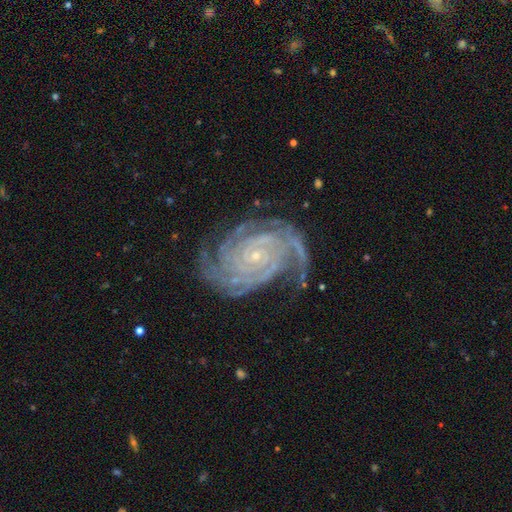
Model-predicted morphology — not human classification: Smooth or featured?
  - featured or disk: 91% *
  - star or artifact: 5%
  - smooth: 3%
Edge-on disk?
  - no: 98% *
  - yes: 2%
Bar?
  - no: 69% *
  - weak: 21%
  - strong: 10%
Spiral arms?
  - yes: 99% *
  - no: 1%
Spiral winding?
  - tight: 75% *
  - medium: 21%
  - loose: 4%
Spiral arm count?
  - 4: 27% *
  - 3: 21%
  - 2: 16%
  - can't tell: 14%
  - more than 4: 14%
  - 1: 8%
Bulge size?
  - small: 88% *
  - moderate: 8%
  - none: 2%
  - large: 1%
  - dominant: 1%
Merging?
  - none: 68% *
  - minor disturbance: 19%
  - major disturbance: 10%
  - merger: 2%